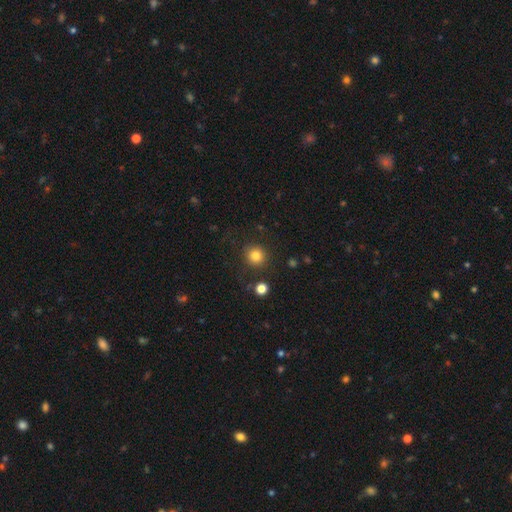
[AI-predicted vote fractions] Overall: smooth (82%). How rounded: round (92%). Merging: none (86%).